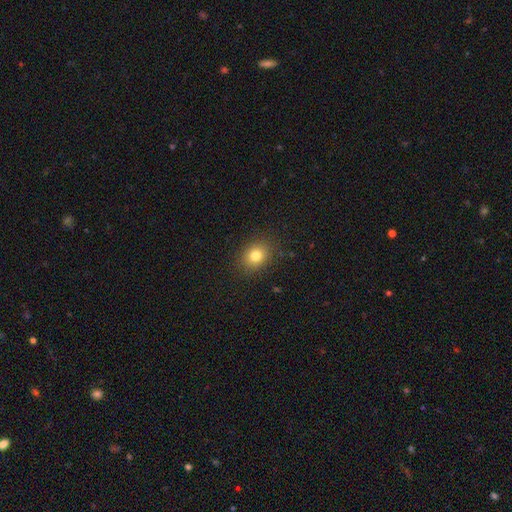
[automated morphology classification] The model was most divided on "how rounded": round: 53%, in between: 46%, cigar-shaped: 1%. More confident: merging — none (87%); smooth or featured — smooth (79%).